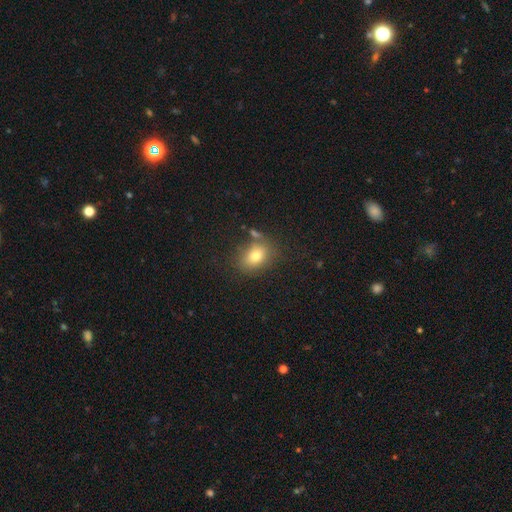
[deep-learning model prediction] A smooth galaxy with no disk features (76%) that is in between round and cigar-shaped (62%). Merging: none (72%).